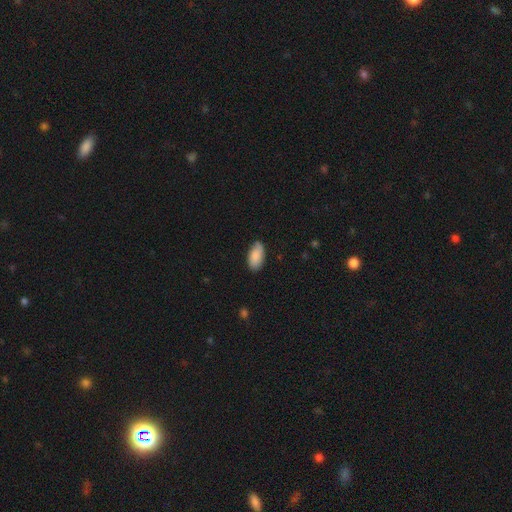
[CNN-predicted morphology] type=smooth (84%); roundness=in between (94%); merging=none (77%).